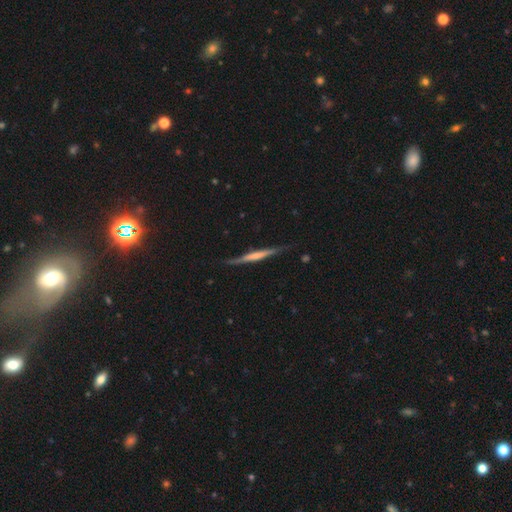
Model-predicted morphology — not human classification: Smooth or featured: featured or disk — 60% (smooth — 34%)
Edge-on disk: yes — 96% (no — 4%)
Edge-on bulge: none — 46% (rounded — 30%)
Merging: none — 80% (minor disturbance — 15%)